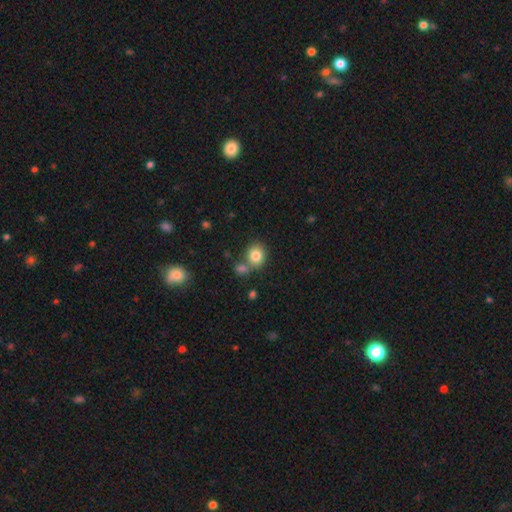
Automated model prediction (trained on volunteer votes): Smooth or featured? Predicted: smooth (p=0.83). How rounded? Predicted: round (p=0.73). Merging? Predicted: none (p=0.62).